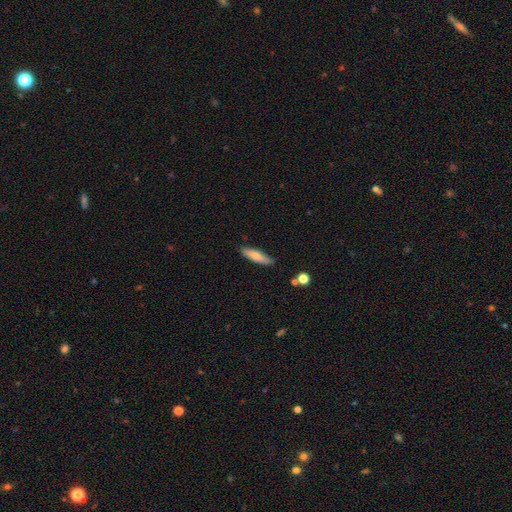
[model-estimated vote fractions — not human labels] smooth_or_featured: smooth (p=0.74) [alt: featured or disk p=0.19]
how_rounded: cigar-shaped (p=0.70) [alt: in between p=0.29]
merging: none (p=0.84) [alt: minor disturbance p=0.13]